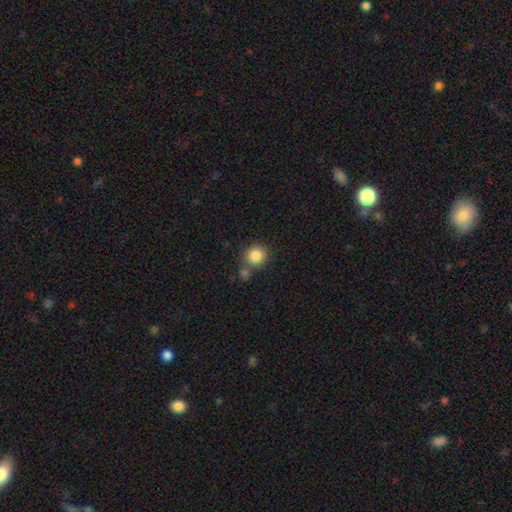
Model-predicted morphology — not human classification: Smooth or featured: smooth — 85% (star or artifact — 10%)
How rounded: round — 87% (in between — 12%)
Merging: none — 67% (merger — 19%)